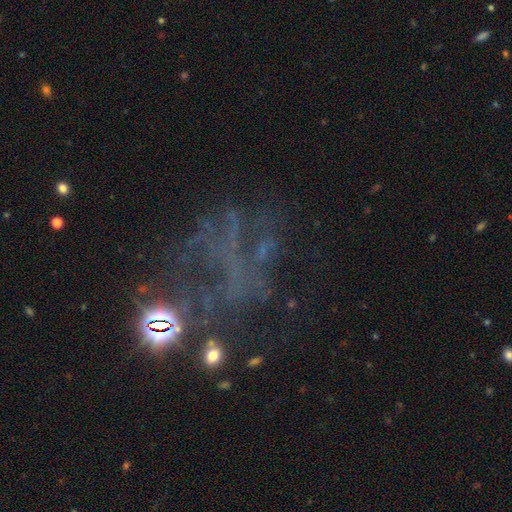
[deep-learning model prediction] A star or artifact, not a galaxy (42%, tied with featured or disk).

Vote fractions:
- Smooth or featured? star or artifact: 42% (tied) / featured or disk: 42% (tied) / smooth: 16%